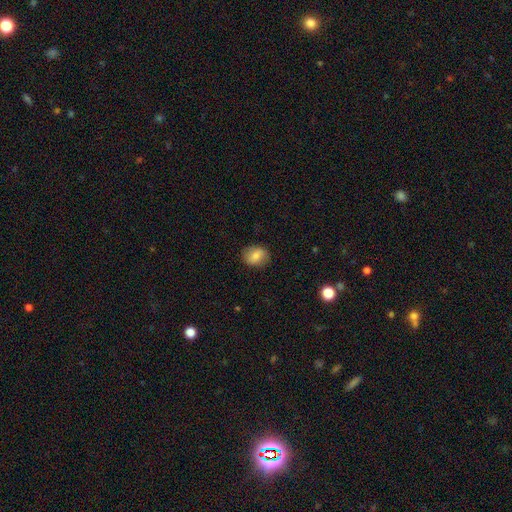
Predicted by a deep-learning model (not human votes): Overall: smooth (77%). How rounded: in between (51%; round 47%). Merging: none (83%).